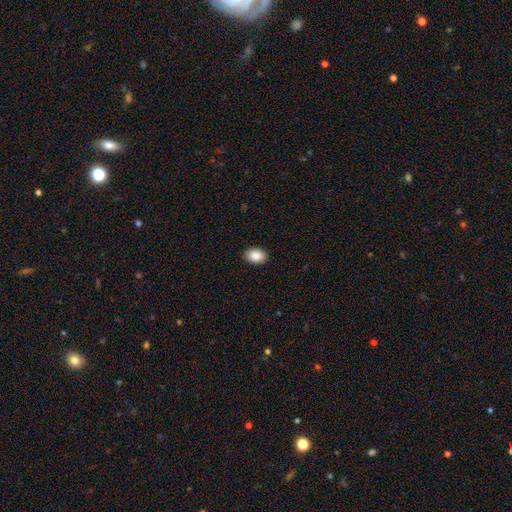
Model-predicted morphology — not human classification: type=smooth (89%); roundness=in between (82%); merging=none (90%).